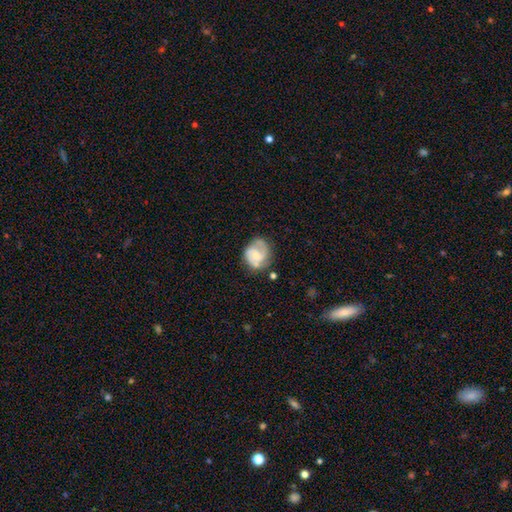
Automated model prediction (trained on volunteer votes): Smooth or featured?
  - featured or disk: 61% *
  - smooth: 32%
  - star or artifact: 7%
Edge-on disk?
  - no: 98% *
  - yes: 2%
Bar?
  - no: 62% *
  - weak: 32%
  - strong: 6%
Spiral arms?
  - yes: 84% *
  - no: 16%
Bulge size?
  - small: 54% *
  - moderate: 33%
  - none: 9%
  - large: 3%
  - dominant: 1%
Merging?
  - none: 55% *
  - minor disturbance: 27%
  - major disturbance: 13%
  - merger: 4%